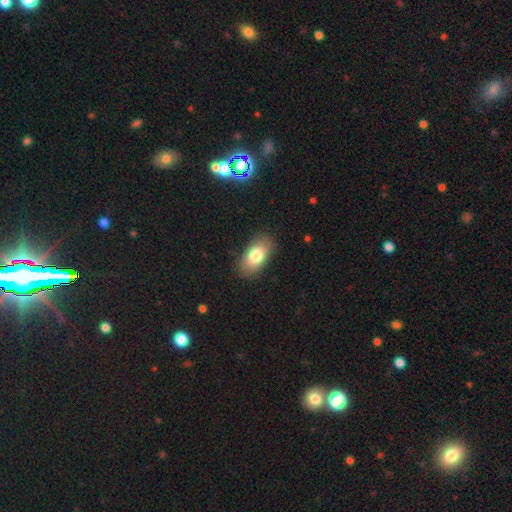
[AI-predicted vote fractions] Smooth or featured? smooth (79%)
How rounded? in between (92%)
Merging? none (86%)